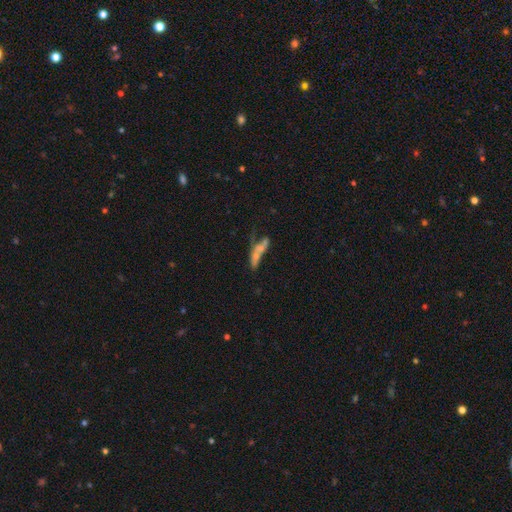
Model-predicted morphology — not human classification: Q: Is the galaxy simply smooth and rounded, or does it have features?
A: smooth — 43%.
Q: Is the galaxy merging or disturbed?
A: none — 54%.